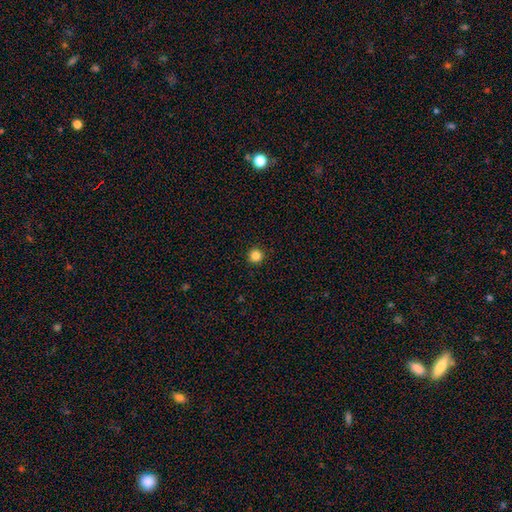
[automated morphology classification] This is clearly a smooth galaxy (85%). How rounded: clearly round (96%). Merging: clearly none (93%).